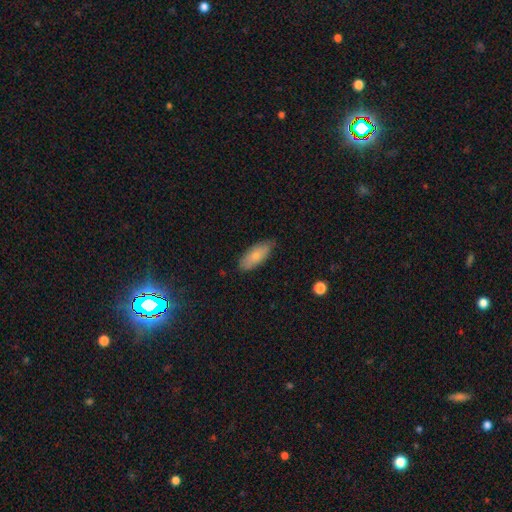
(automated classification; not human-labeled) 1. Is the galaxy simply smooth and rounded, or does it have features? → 76% smooth, 18% featured or disk, 6% star or artifact.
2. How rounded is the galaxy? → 80% in between, 18% cigar-shaped, 2% round.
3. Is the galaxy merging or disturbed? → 77% none, 19% minor disturbance, 3% major disturbance, 1% merger.